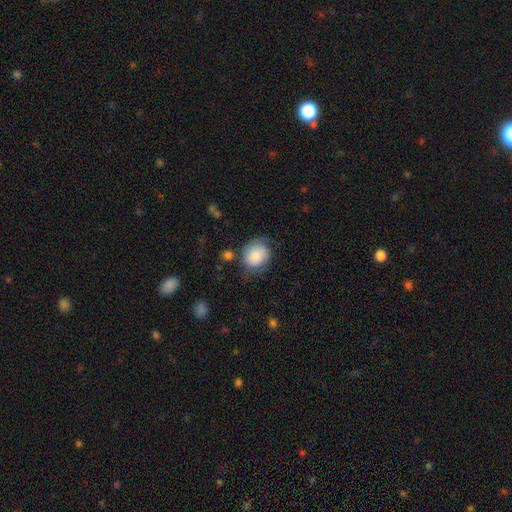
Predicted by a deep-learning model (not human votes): Morphology: type=smooth (79%); roundness=round (67%); merging=none (60%).